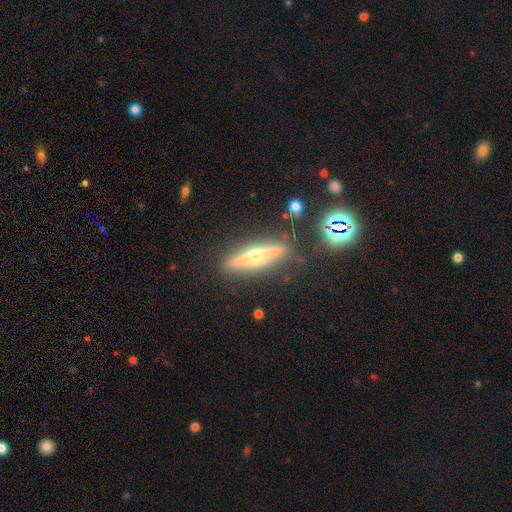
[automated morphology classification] This is likely a featured or disk galaxy (69%). It is clearly viewed edge-on (94%). Edge-on bulge: clearly rounded (91%). Merging: clearly none (85%).